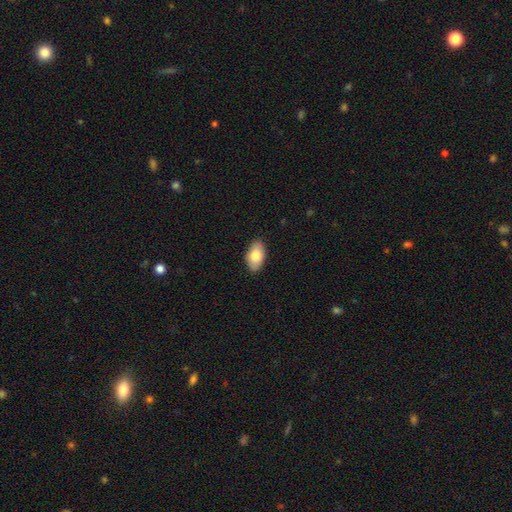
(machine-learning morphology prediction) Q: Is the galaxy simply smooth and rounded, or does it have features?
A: smooth — 79%.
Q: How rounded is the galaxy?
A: in between — 94%.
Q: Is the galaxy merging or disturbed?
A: none — 88%.